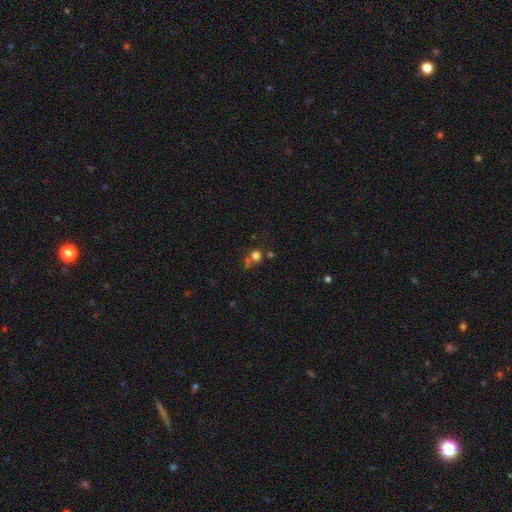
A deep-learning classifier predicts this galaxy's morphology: This is likely a smooth galaxy (66%). How rounded: clearly round (85%). Merging: possibly none (50%).